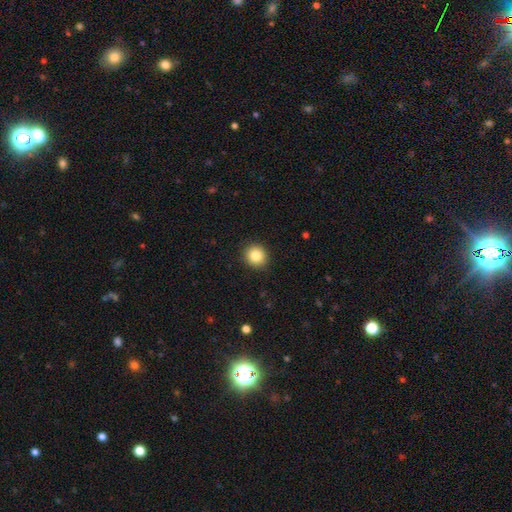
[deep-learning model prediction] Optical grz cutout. It shows a smooth galaxy with no disk features (85%) that is round (88%). Merging: none (91%).